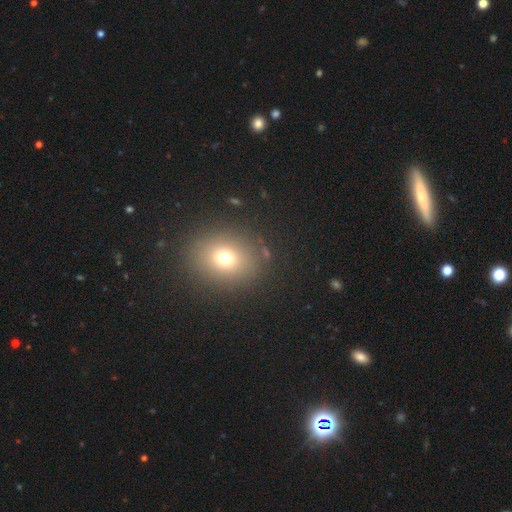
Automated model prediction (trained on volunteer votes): smooth_or_featured: smooth (p=0.63) [alt: star or artifact p=0.25]
how_rounded: round (p=0.61) [alt: in between p=0.37]
merging: none (p=0.90) [alt: minor disturbance p=0.06]